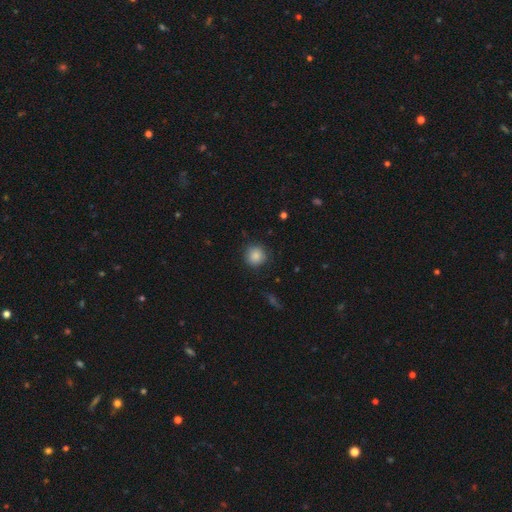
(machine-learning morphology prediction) A smooth galaxy with no disk features (86%) that is round (93%). Merging: none (87%).